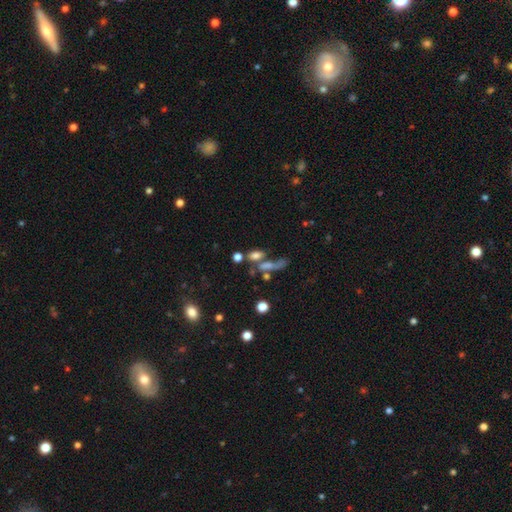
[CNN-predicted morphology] Smooth or featured? smooth (64%)
How rounded? in between (60%)
Merging? none (39%)